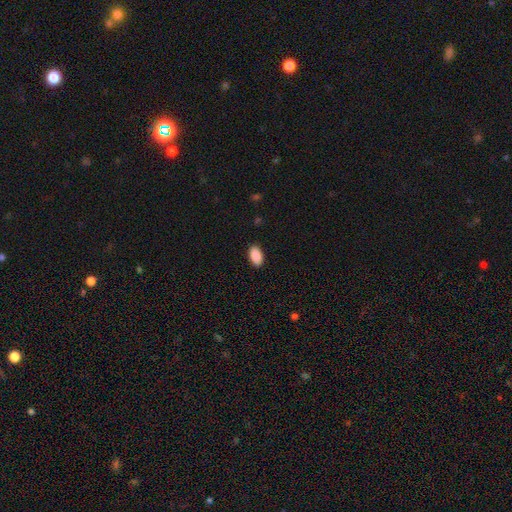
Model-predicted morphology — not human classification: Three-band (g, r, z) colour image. It shows a smooth galaxy with no disk features (90%) that is in between round and cigar-shaped (94%). Merging: none (89%).